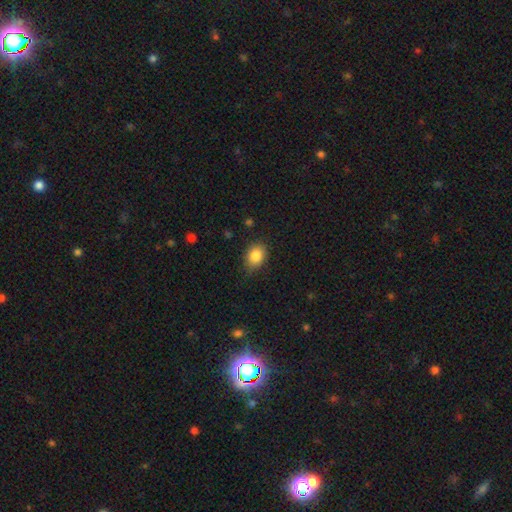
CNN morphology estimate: smooth_or_featured: smooth (p=0.85) [alt: star or artifact p=0.09]
how_rounded: in between (p=0.64) [alt: round p=0.34]
merging: none (p=0.78) [alt: minor disturbance p=0.18]